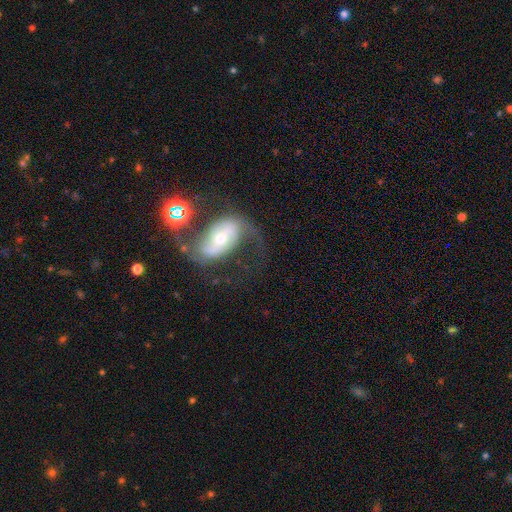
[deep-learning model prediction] Q: Smooth or featured?
A: featured or disk (77%); runner-up: smooth (14%)
Q: Edge-on disk?
A: no (94%); runner-up: yes (6%)
Q: Bar?
A: strong (37%); runner-up: weak (34%)
Q: Spiral arms?
A: yes (89%); runner-up: no (11%)
Q: Spiral winding?
A: medium (45%); runner-up: loose (35%)
Q: Spiral arm count?
A: 2 (83%); runner-up: 1 (7%)
Q: Bulge size?
A: moderate (45%); runner-up: small (43%)
Q: Merging?
A: none (45%); runner-up: merger (21%)